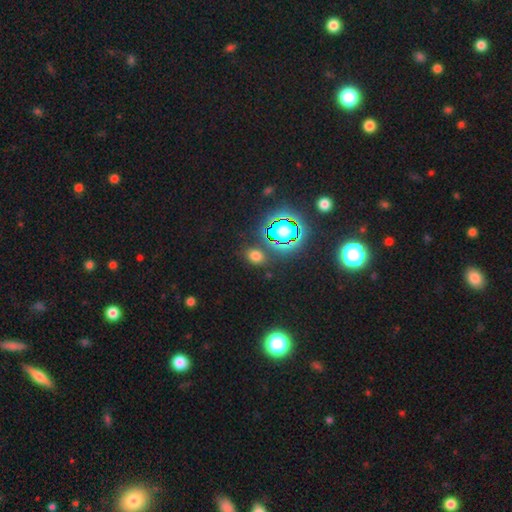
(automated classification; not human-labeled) Smooth or featured? Predicted: smooth (p=0.59). How rounded? Predicted: in between (p=0.61). Merging? Predicted: none (p=0.82).